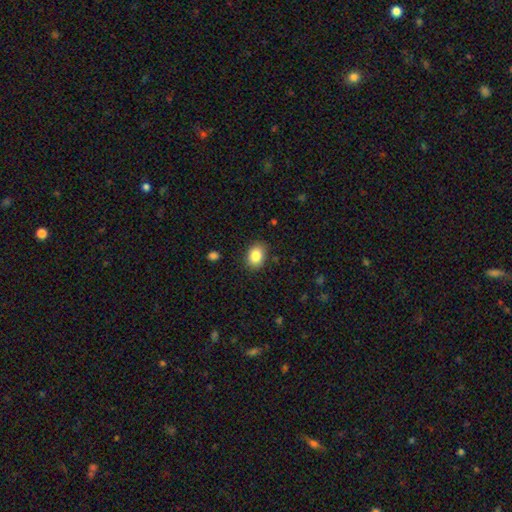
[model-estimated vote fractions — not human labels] A smooth galaxy with no disk features (85%) that is in between round and cigar-shaped (67%).

Vote fractions:
- Smooth or featured? smooth: 85% / star or artifact: 9% / featured or disk: 6%
- How rounded? in between: 67% / round: 33% / cigar-shaped: 1%
- Merging? none: 87% / minor disturbance: 10% / major disturbance: 2% / merger: 1%